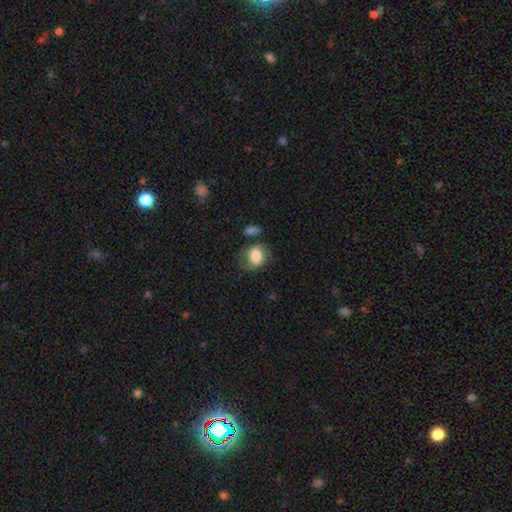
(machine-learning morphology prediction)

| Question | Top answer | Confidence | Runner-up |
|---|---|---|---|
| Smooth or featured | smooth | 69% | featured or disk (23%) |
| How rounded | in between | 58% | round (41%) |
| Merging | none | 54% | minor disturbance (24%) |